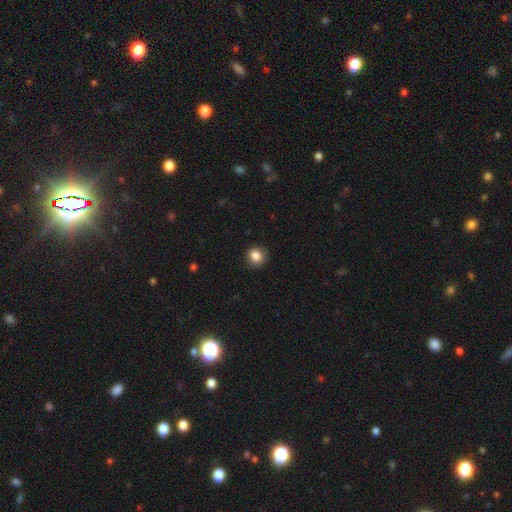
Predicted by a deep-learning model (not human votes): smooth 85%, star or artifact 10%, featured or disk 6%. Down the decision tree: how rounded — round (86%); merging — none (86%).